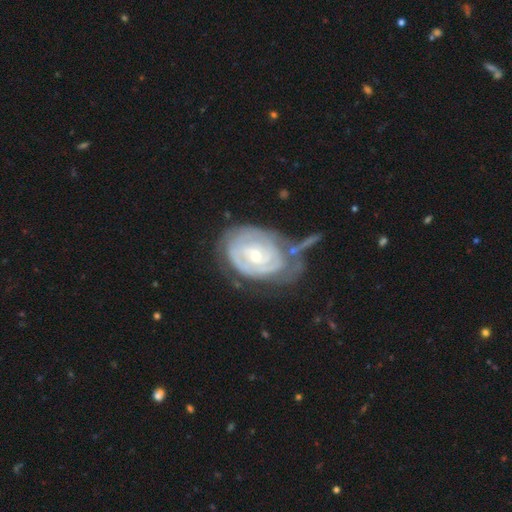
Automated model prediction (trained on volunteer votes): smooth-or-featured: featured or disk: 83% | smooth: 12% | star or artifact: 5%
  disk-edge-on: no: 97% | yes: 3%
    bar: no: 55% | weak: 36% | strong: 9%
    has-spiral-arms: yes: 89% | no: 11%
      spiral-winding: tight: 77% | medium: 18% | loose: 5%
      spiral-arm-count: can't tell: 43% | 2: 34% | 3: 10% | 1: 7% | 4: 4% | more than 4: 3%
    bulge-size: small: 50% | moderate: 45% | large: 3% | none: 1% | dominant: 1%
  merging: none: 39% | minor disturbance: 25% | major disturbance: 20% | merger: 15%